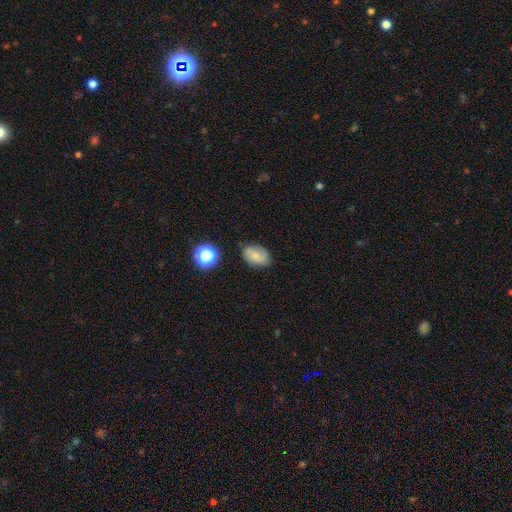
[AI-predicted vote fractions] The model was most divided on "smooth or featured": smooth: 60%, featured or disk: 29%, star or artifact: 12%. More confident: how rounded — in between (81%); merging — none (78%).